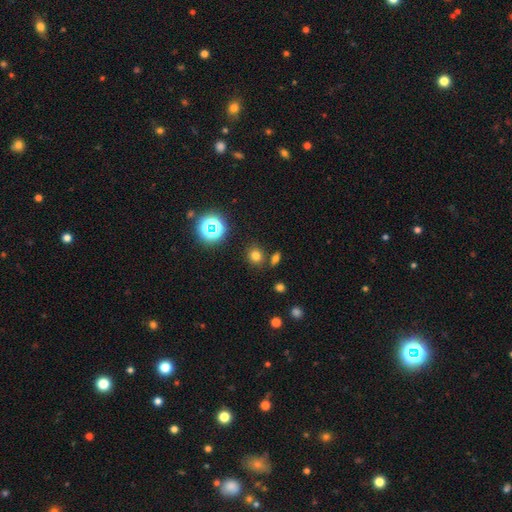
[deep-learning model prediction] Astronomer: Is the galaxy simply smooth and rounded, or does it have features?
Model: smooth — 71%.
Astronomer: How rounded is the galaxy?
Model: round — 74%.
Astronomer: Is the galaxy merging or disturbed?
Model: none — 79%.